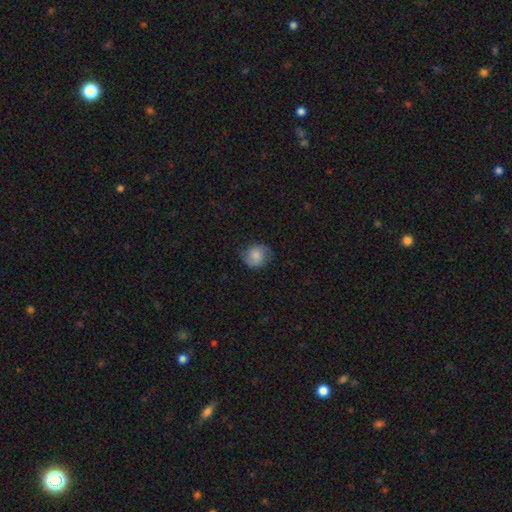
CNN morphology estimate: Smooth or featured? Predicted: smooth (p=0.61). How rounded? Predicted: round (p=0.76). Merging? Predicted: none (p=0.71).